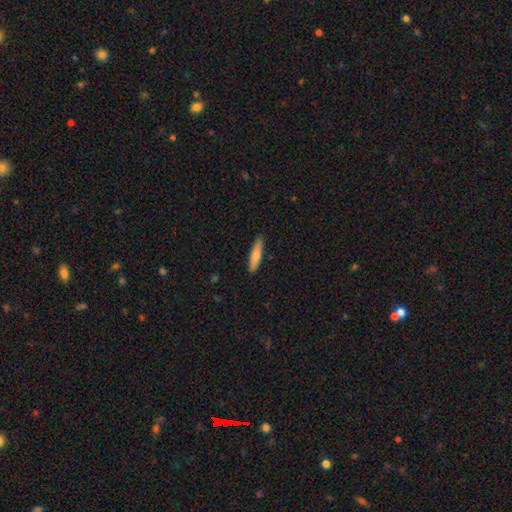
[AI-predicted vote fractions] Q: Smooth or featured?
A: smooth (74%); runner-up: featured or disk (20%)
Q: How rounded?
A: cigar-shaped (80%); runner-up: in between (18%)
Q: Merging?
A: none (88%); runner-up: minor disturbance (10%)